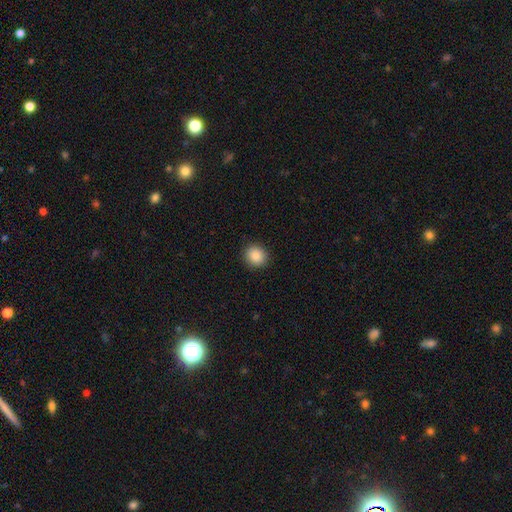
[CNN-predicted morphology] This is clearly a smooth galaxy (88%). How rounded: clearly round (85%). Merging: clearly none (91%).